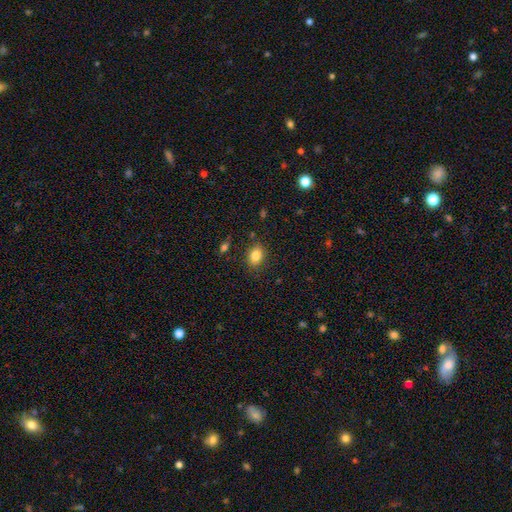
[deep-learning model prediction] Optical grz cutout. It shows a smooth galaxy with no disk features (84%) that is in between round and cigar-shaped (69%). Merging: none (84%).